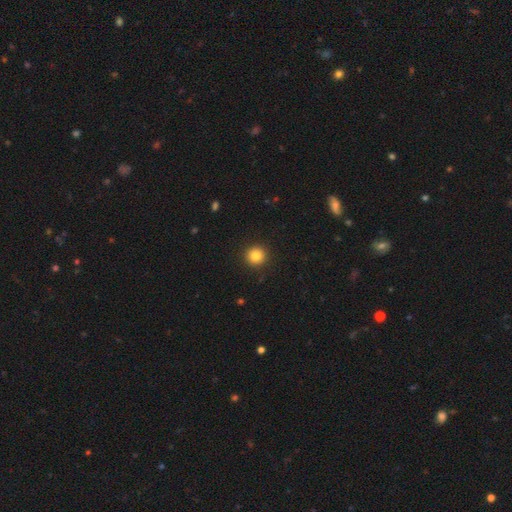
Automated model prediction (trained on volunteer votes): This appears to be a smooth galaxy with no disk features (84%) that is round (94%). Merging: none (92%).